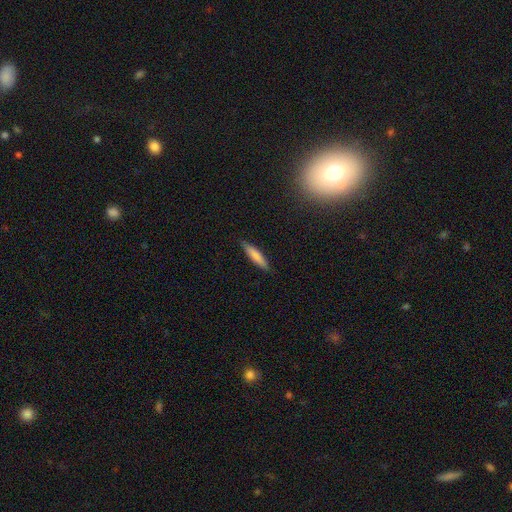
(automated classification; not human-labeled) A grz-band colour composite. It shows a smooth galaxy with no disk features (79%) that is cigar-shaped (82%). Merging: none (87%).